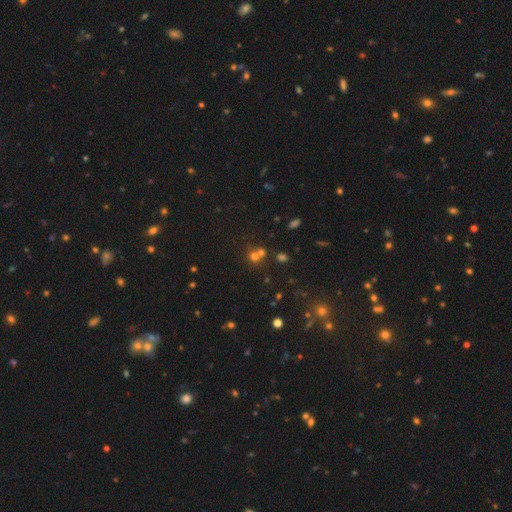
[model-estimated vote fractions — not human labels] Q: Smooth or featured?
A: smooth (57%); runner-up: star or artifact (30%)
Q: How rounded?
A: round (85%); runner-up: in between (14%)
Q: Merging?
A: none (48%); runner-up: merger (42%)